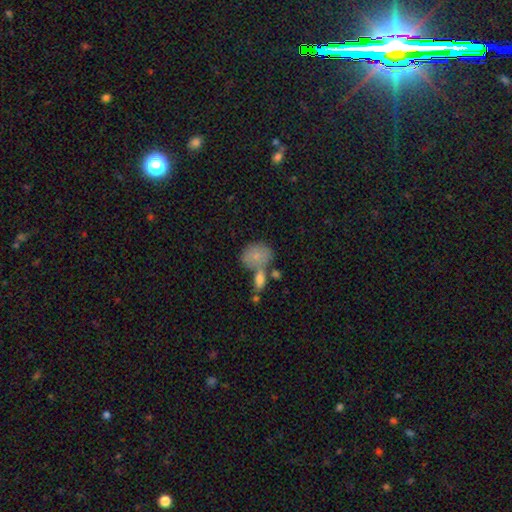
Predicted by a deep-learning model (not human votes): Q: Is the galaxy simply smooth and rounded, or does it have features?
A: smooth — 77%.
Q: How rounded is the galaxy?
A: in between — 57%.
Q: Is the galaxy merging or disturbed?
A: none — 39%.